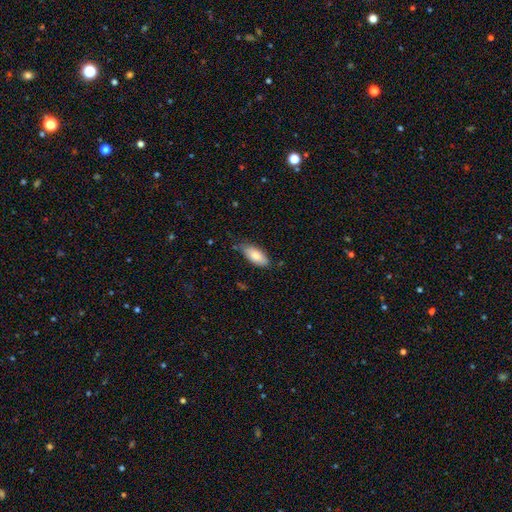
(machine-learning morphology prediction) type=smooth (80%); roundness=in between (87%); merging=none (70%).